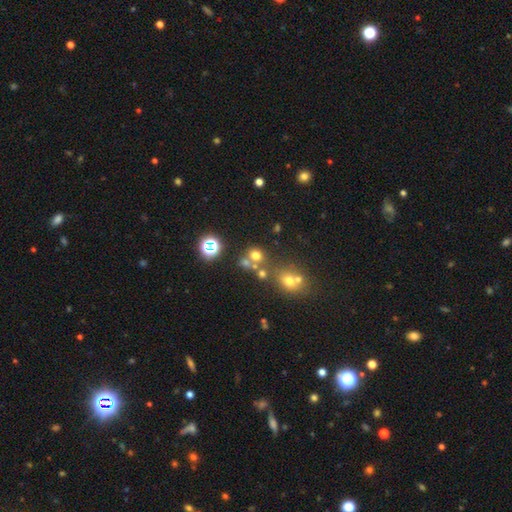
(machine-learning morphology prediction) This appears to be a smooth galaxy with no disk features (63%) that is round (81%). Merging: none (58%).